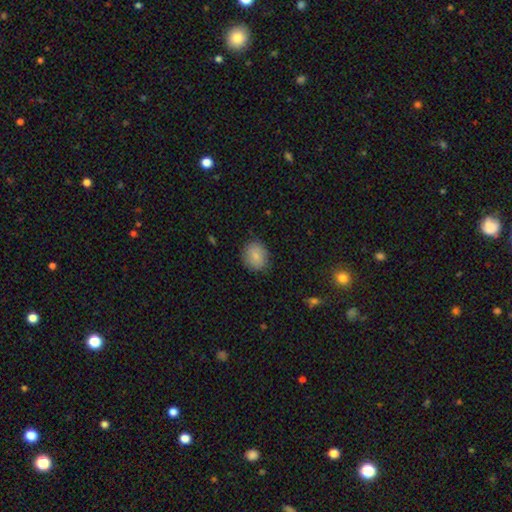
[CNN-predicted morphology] A smooth galaxy with no disk features (85%) that is round (64%).

Vote fractions:
- Smooth or featured? smooth: 85% / star or artifact: 8% / featured or disk: 7%
- How rounded? round: 64% / in between: 35% / cigar-shaped: 1%
- Merging? none: 83% / minor disturbance: 13% / major disturbance: 3% / merger: 1%